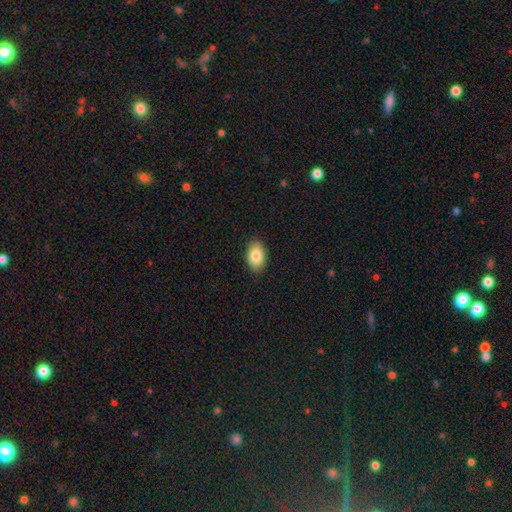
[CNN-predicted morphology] Q: Smooth or featured?
A: smooth (85%); runner-up: featured or disk (8%)
Q: How rounded?
A: in between (90%); runner-up: round (9%)
Q: Merging?
A: none (89%); runner-up: minor disturbance (8%)